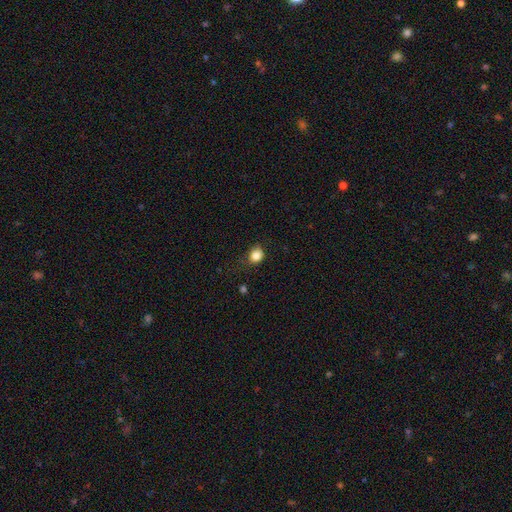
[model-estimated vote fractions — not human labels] The model was most divided on "how rounded": round: 70%, in between: 29%, cigar-shaped: 1%. More confident: smooth or featured — smooth (83%); merging — none (67%).